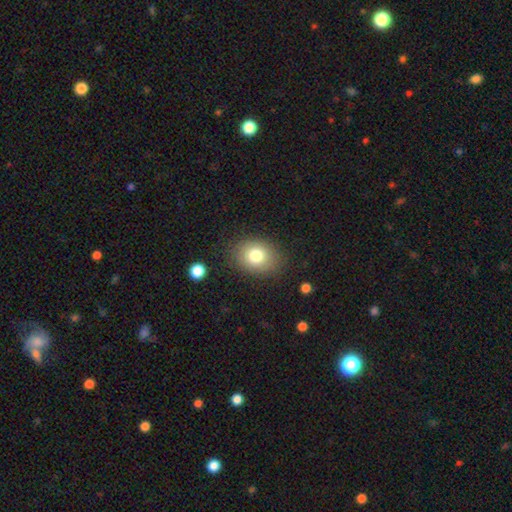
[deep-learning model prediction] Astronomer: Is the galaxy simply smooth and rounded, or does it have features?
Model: smooth — 79%.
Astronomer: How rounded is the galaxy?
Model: in between — 53% (runner-up: round, 47%).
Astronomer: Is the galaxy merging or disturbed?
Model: none — 83%.